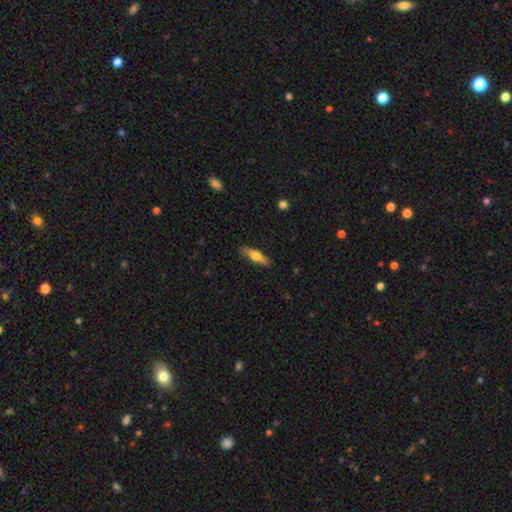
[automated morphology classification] Smooth or featured? smooth (58%)
How rounded? cigar-shaped (66%)
Merging? none (85%)